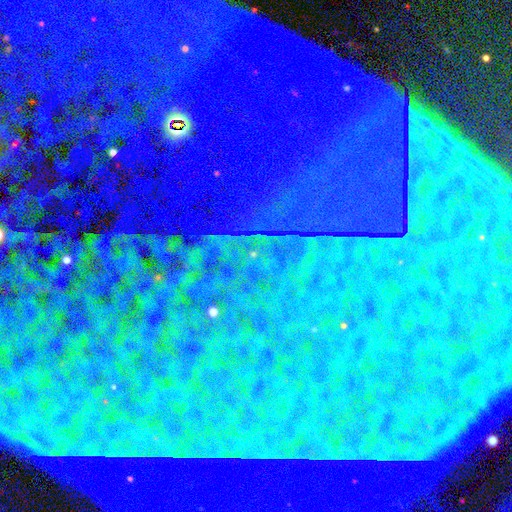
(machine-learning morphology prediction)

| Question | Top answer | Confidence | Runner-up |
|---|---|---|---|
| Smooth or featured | star or artifact | 87% | featured or disk (7%) |